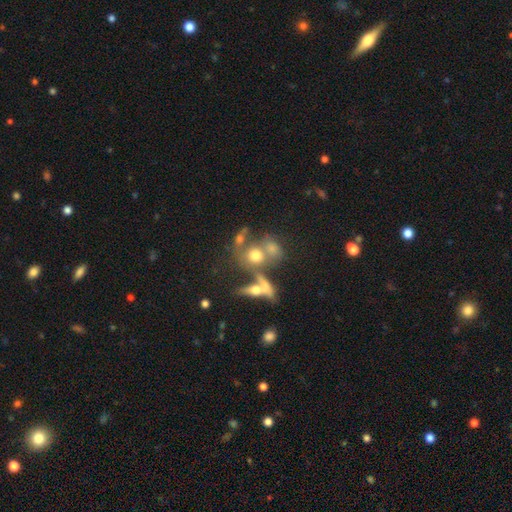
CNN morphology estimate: smooth-or-featured: smooth: 55% | featured or disk: 30% | star or artifact: 15%
  how-rounded: round: 60% | in between: 35% | cigar-shaped: 5%
  merging: merger: 41% | none: 37% | minor disturbance: 12% | major disturbance: 10%